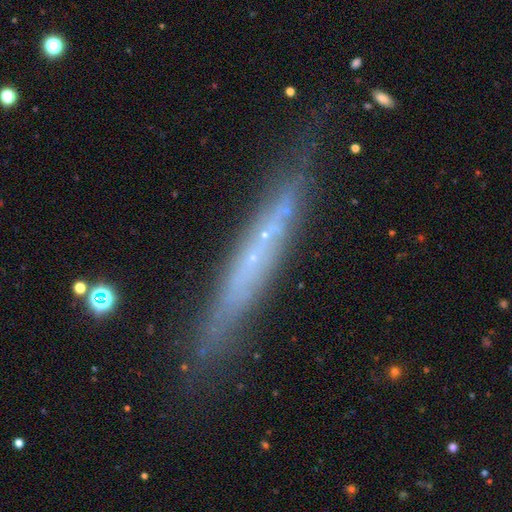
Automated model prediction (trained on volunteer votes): Smooth or featured? featured or disk (62%)
Edge-on disk? yes (87%)
Edge-on bulge? none (78%)
Merging? none (82%)